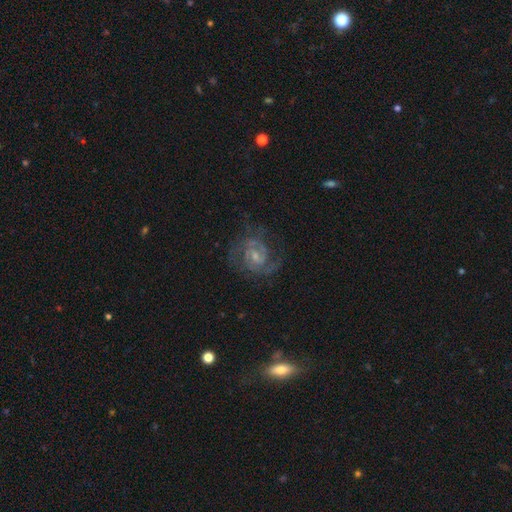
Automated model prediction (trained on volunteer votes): Smooth or featured? Predicted: featured or disk (p=0.84). Edge-on disk? Predicted: no (p=0.98). Bar? Predicted: weak (p=0.50). Spiral arms? Predicted: yes (p=0.95). Spiral winding? Predicted: medium (p=0.45, tied with tight). Spiral arm count? Predicted: 2 (p=0.65). Bulge size? Predicted: small (p=0.61). Merging? Predicted: none (p=0.69).